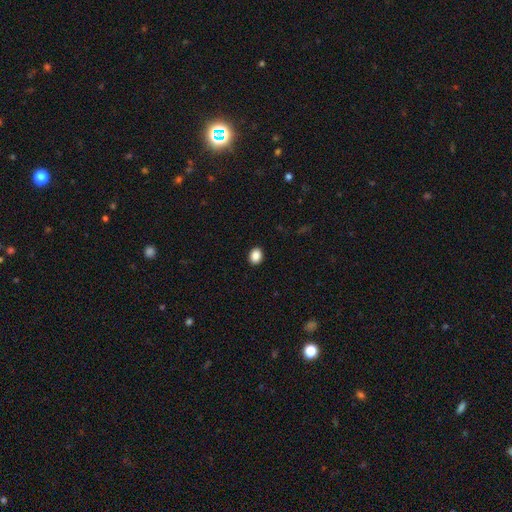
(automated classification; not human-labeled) smooth 88%, star or artifact 9%, featured or disk 3%. Down the decision tree: how rounded — in between (55%); merging — none (91%).